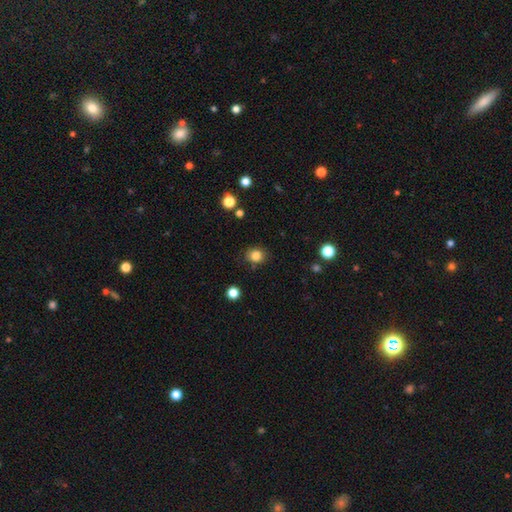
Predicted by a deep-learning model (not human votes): Q: Smooth or featured?
A: smooth (83%); runner-up: star or artifact (12%)
Q: How rounded?
A: round (75%); runner-up: in between (24%)
Q: Merging?
A: none (83%); runner-up: minor disturbance (11%)